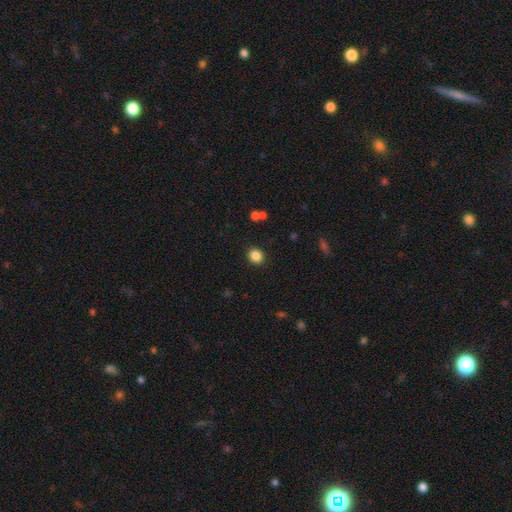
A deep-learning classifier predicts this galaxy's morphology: smooth 86%, star or artifact 10%, featured or disk 4%. Down the decision tree: how rounded — round (68%); merging — none (89%).